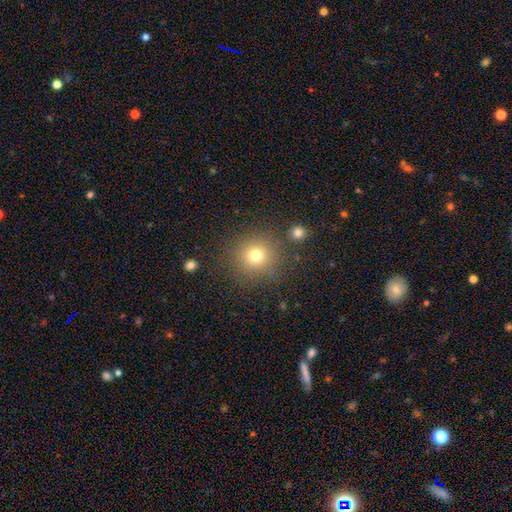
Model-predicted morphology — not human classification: Smooth or featured? smooth (74%)
How rounded? round (93%)
Merging? none (83%)